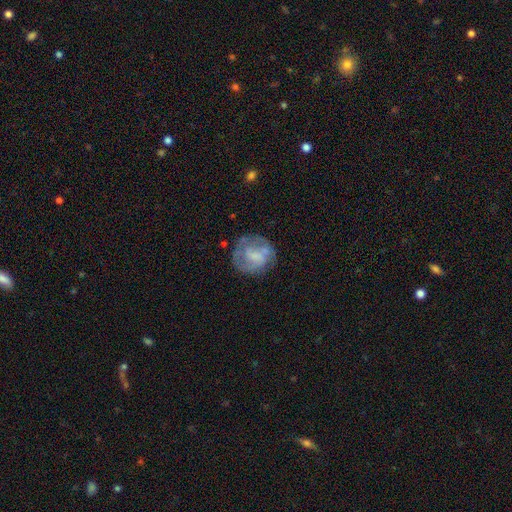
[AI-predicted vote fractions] Smooth or featured? featured or disk (56%)
Edge-on disk? no (98%)
Bar? no (50%)
Spiral arms? yes (59%)
Bulge size? none (38%)
Merging? none (64%)